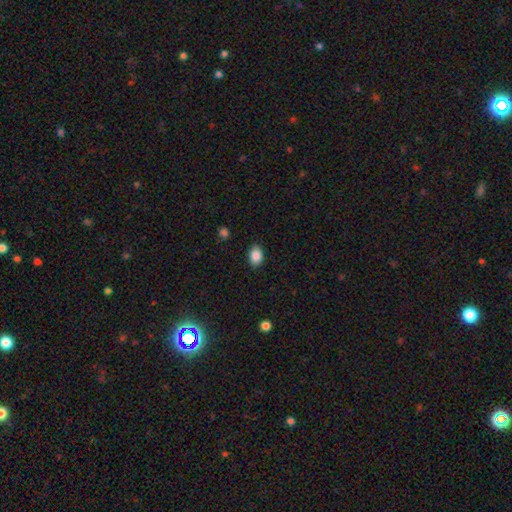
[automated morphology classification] A smooth galaxy with no disk features (87%) that is in between round and cigar-shaped (79%). Merging: none (85%).